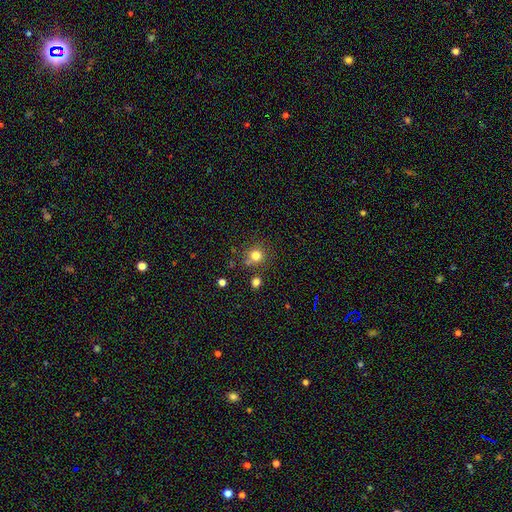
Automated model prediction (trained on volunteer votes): Smooth or featured: smooth — 79% (star or artifact — 14%)
How rounded: round — 90% (in between — 9%)
Merging: none — 74% (merger — 11%)